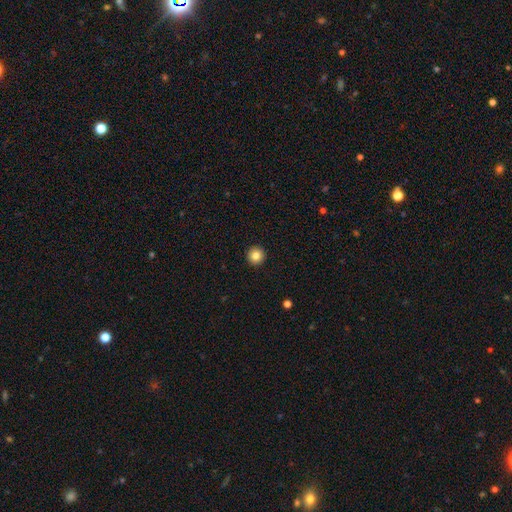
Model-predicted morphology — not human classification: Overall: smooth (84%). How rounded: round (96%). Merging: none (94%).